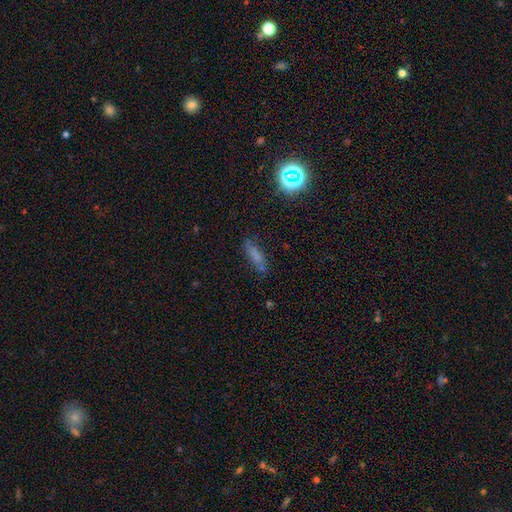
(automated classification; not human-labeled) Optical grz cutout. It shows a smooth galaxy with no disk features (61%) that is cigar-shaped (60%). Merging: none (68%).